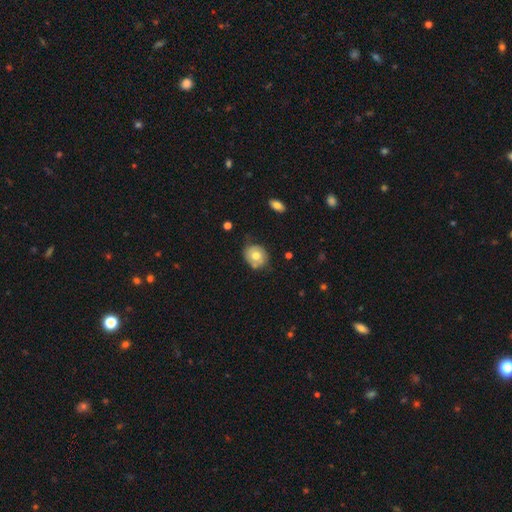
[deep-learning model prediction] Smooth or featured? Predicted: smooth (p=0.62). How rounded? Predicted: round (p=0.69). Merging? Predicted: none (p=0.65).